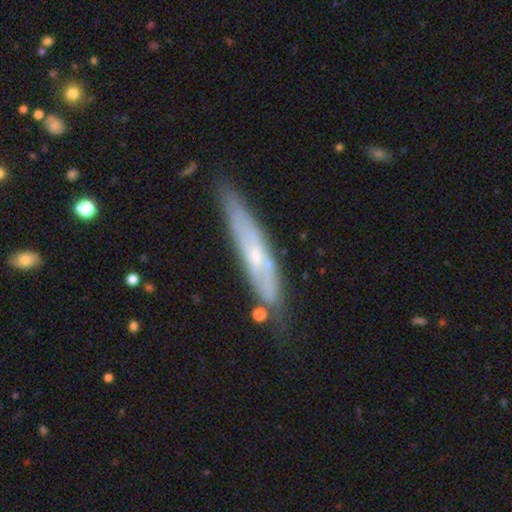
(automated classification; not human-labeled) Smooth or featured? featured or disk (63%)
Edge-on disk? yes (63%)
Merging? none (68%)